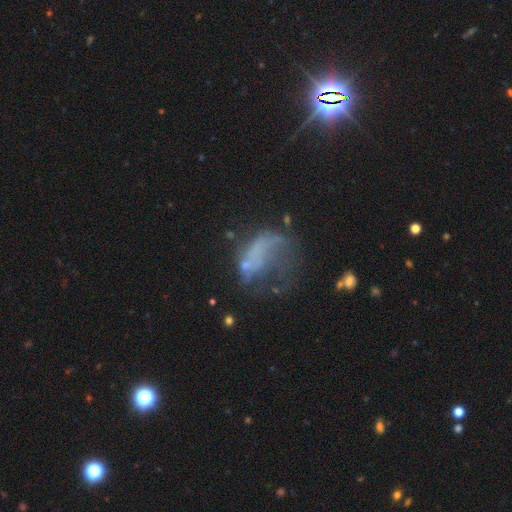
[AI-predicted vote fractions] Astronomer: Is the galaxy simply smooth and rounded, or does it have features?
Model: featured or disk — 50% (runner-up: smooth, 30%).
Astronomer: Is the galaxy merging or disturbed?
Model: major disturbance — 48% (runner-up: none, 26%).